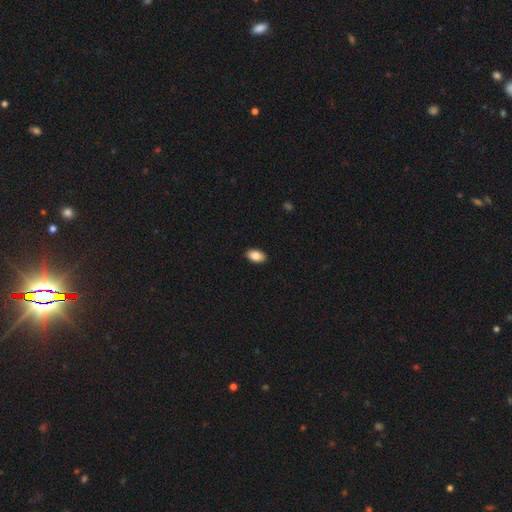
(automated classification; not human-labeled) A smooth galaxy with no disk features (85%) that is in between round and cigar-shaped (90%).

Vote fractions:
- Smooth or featured? smooth: 85% / featured or disk: 8% / star or artifact: 7%
- How rounded? in between: 90% / round: 8% / cigar-shaped: 1%
- Merging? none: 90% / minor disturbance: 8% / major disturbance: 2% / merger: 1%